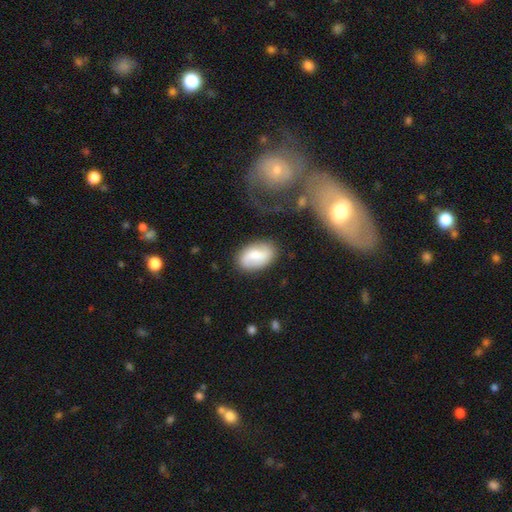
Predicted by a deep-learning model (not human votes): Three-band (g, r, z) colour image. It shows a smooth galaxy with no disk features (58%) that is in between round and cigar-shaped (90%). Merging: none (78%).